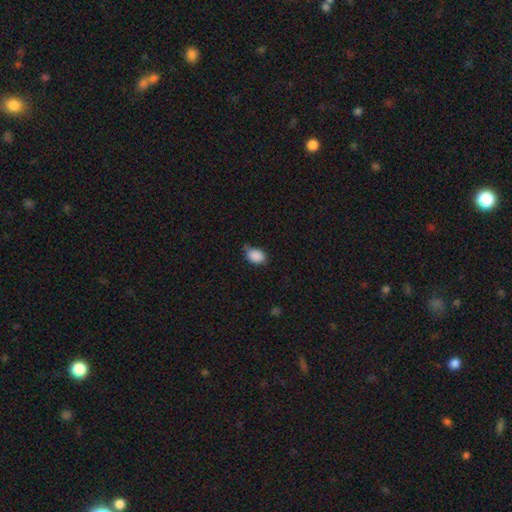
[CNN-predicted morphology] smooth 88%, star or artifact 8%, featured or disk 4%. Down the decision tree: how rounded — in between (82%); merging — none (57%).